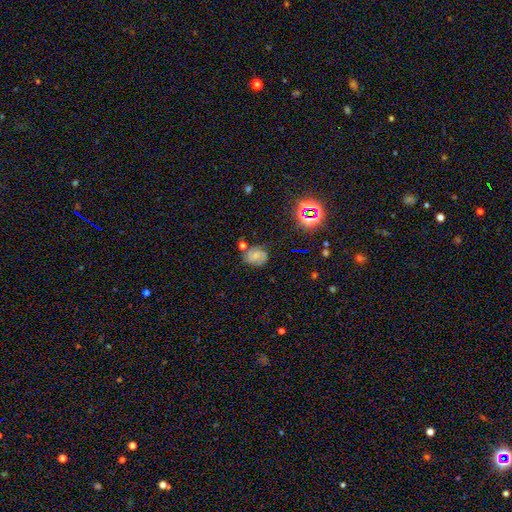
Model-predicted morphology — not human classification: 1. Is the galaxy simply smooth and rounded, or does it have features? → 43% featured or disk, 40% smooth, 17% star or artifact.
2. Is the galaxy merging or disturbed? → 60% none, 23% minor disturbance, 10% merger, 8% major disturbance.